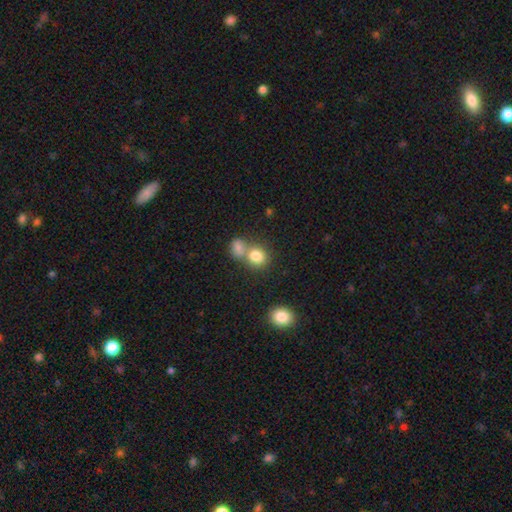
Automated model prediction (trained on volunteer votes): smooth_or_featured: smooth (p=0.81) [alt: star or artifact p=0.11]
how_rounded: round (p=0.74) [alt: in between p=0.25]
merging: merger (p=0.47) [alt: none p=0.42]